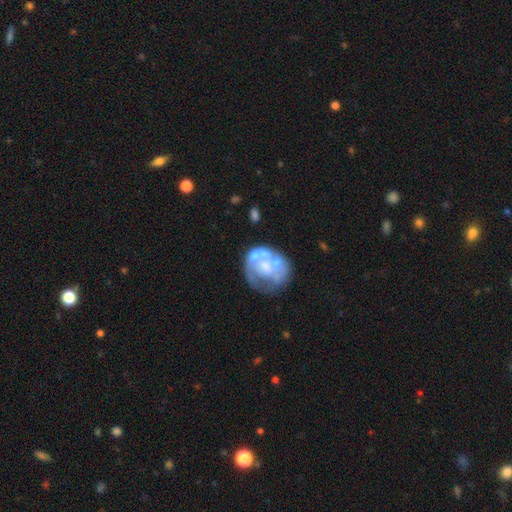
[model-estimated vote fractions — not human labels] Morphology: type=featured or disk (67%); edge-on=no (98%); bar=no (90%); spiral arms=no (83%); bulge=none (42%); merging=none (41%).